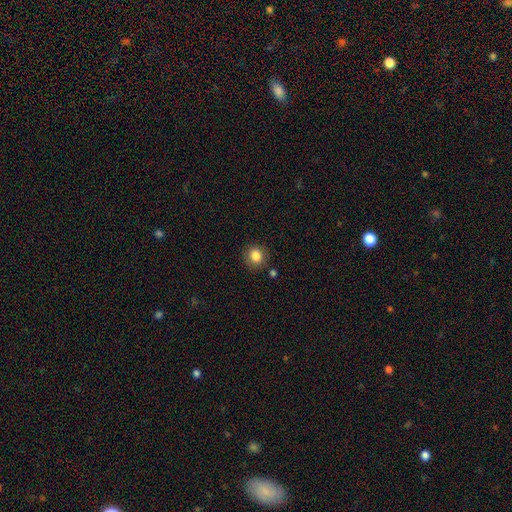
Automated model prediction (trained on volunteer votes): Q: Smooth or featured?
A: smooth (84%); runner-up: star or artifact (10%)
Q: How rounded?
A: round (81%); runner-up: in between (18%)
Q: Merging?
A: none (84%); runner-up: minor disturbance (10%)